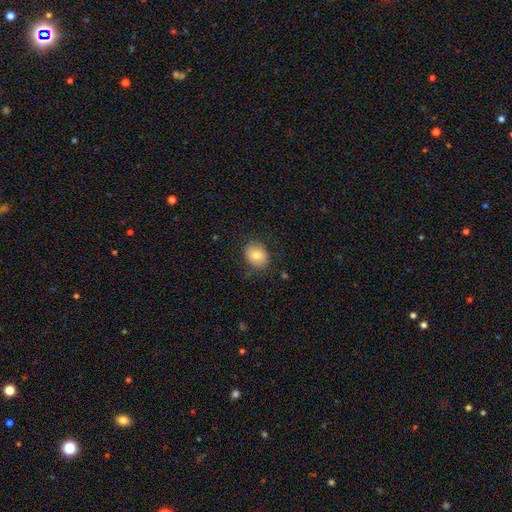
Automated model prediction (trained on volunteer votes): Smooth or featured: smooth — 79% (featured or disk — 13%)
How rounded: in between — 57% (round — 43%)
Merging: none — 81% (minor disturbance — 14%)